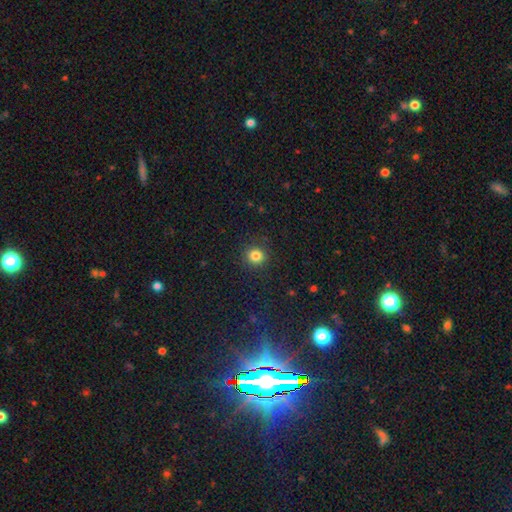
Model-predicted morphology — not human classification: Smooth or featured: smooth — 83% (star or artifact — 12%)
How rounded: round — 88% (in between — 11%)
Merging: none — 90% (minor disturbance — 7%)